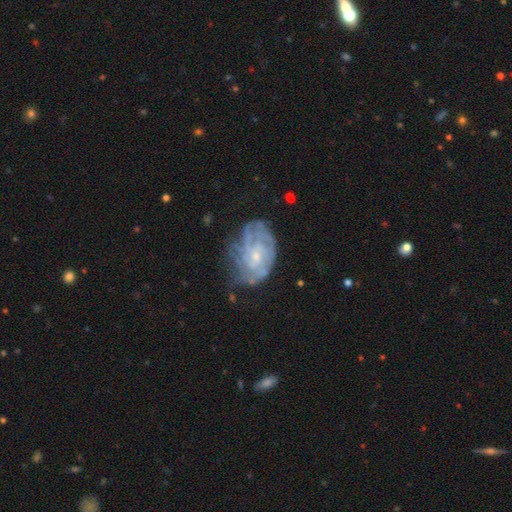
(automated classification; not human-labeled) A featured or disk galaxy (76%) with no bar (76%), tight (66%) spiral arms (84%) and a small central bulge (70%).

Vote fractions:
- Smooth or featured? featured or disk: 76% / smooth: 16% / star or artifact: 8%
- Edge-on disk? no: 97% / yes: 3%
- Bar? no: 76% / weak: 21% / strong: 3%
- Spiral arms? yes: 84% / no: 16%
- Spiral winding? tight: 66% / medium: 25% / loose: 9%
- Spiral arm count? can't tell: 54% / 4: 13% / 3: 10% / 2: 10% / more than 4: 8% / 1: 5%
- Bulge size? small: 70% / moderate: 23% / none: 5% / large: 2% / dominant: 1%
- Merging? none: 59% / minor disturbance: 26% / major disturbance: 14% / merger: 2%